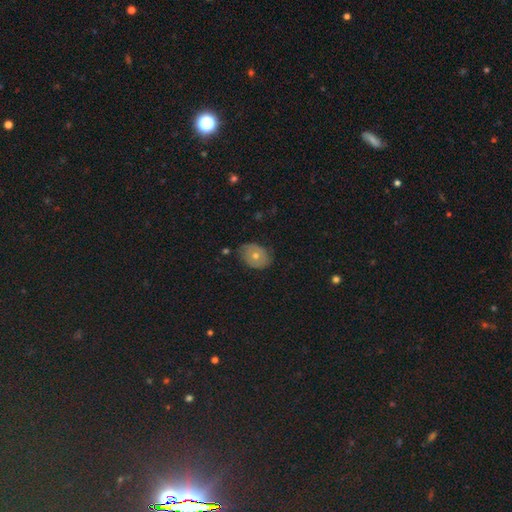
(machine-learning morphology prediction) This is possibly a smooth galaxy (56%). How rounded: likely in between (65%). Merging: likely none (69%).